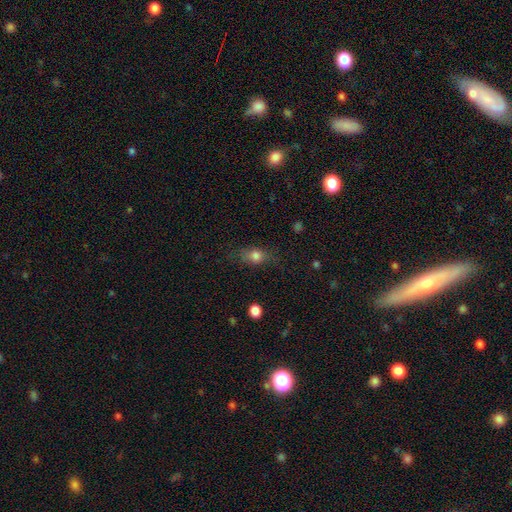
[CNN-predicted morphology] Q: Smooth or featured?
A: smooth (75%); runner-up: featured or disk (14%)
Q: How rounded?
A: in between (64%); runner-up: round (28%)
Q: Merging?
A: none (68%); runner-up: minor disturbance (21%)